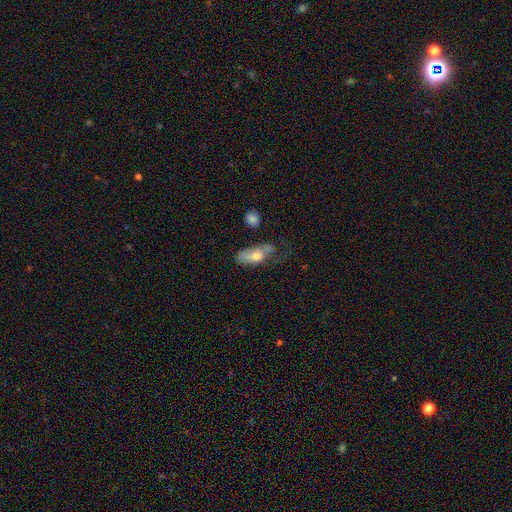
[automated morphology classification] A smooth galaxy with no disk features (64%) that is in between round and cigar-shaped (80%). Merging: major disturbance (36%).